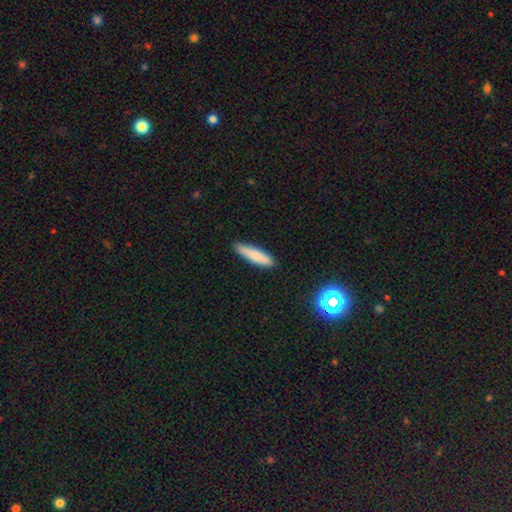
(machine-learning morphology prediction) This appears to be a smooth galaxy with no disk features (82%) that is cigar-shaped (80%). Merging: none (86%).